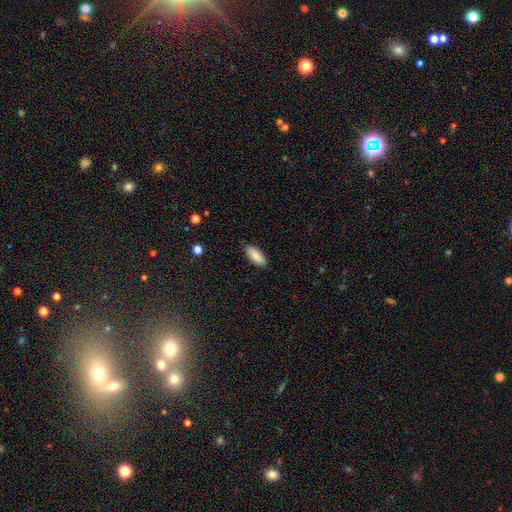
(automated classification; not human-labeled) This appears to be a smooth galaxy with no disk features (86%) that is in between round and cigar-shaped (85%). Merging: none (85%).